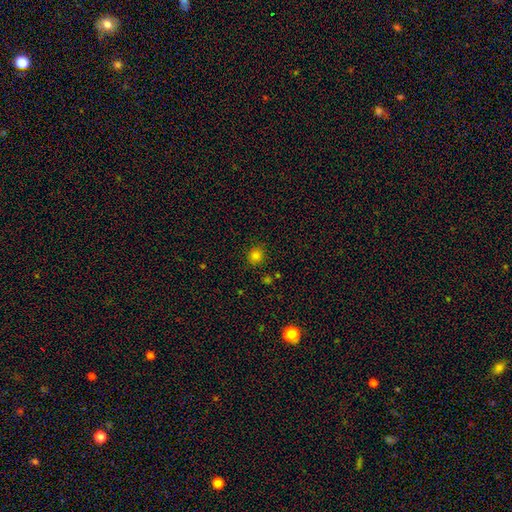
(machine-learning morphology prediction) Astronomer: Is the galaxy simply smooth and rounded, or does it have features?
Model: smooth — 81%.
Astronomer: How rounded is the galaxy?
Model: round — 88%.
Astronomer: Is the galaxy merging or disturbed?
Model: none — 87%.